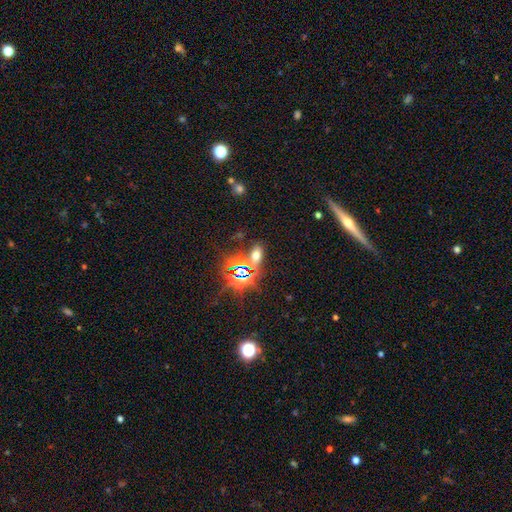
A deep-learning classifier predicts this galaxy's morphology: type=smooth (48%); merging=none (73%).